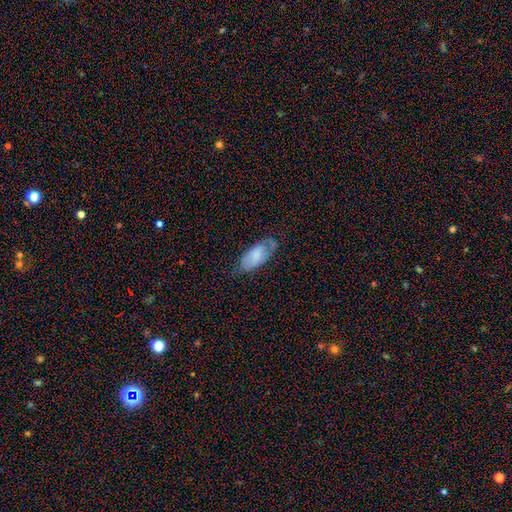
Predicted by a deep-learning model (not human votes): smooth-or-featured: smooth: 65% | featured or disk: 28% | star or artifact: 7%
  how-rounded: in between: 90% | cigar-shaped: 8% | round: 2%
  merging: none: 54% | minor disturbance: 33% | major disturbance: 12% | merger: 2%